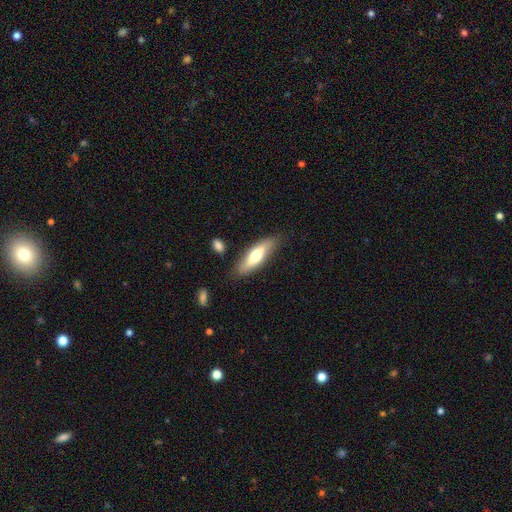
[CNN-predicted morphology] This appears to be a smooth galaxy with no disk features (58%) that is cigar-shaped (50%). Merging: none (80%).